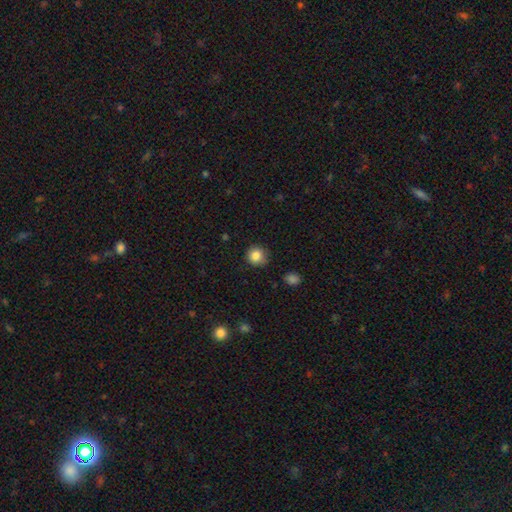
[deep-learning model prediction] smooth-or-featured: smooth: 85% | star or artifact: 10% | featured or disk: 5%
  how-rounded: round: 92% | in between: 7% | cigar-shaped: 1%
  merging: none: 84% | minor disturbance: 12% | major disturbance: 3% | merger: 1%